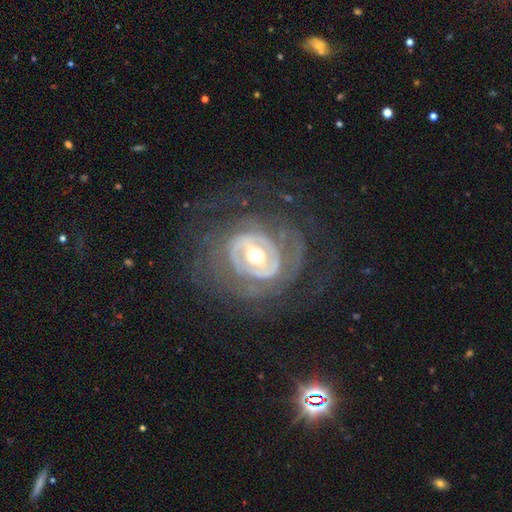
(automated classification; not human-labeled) A featured or disk galaxy (86%) with a weak bar (36%), 2 (36%) tight (57%) spiral arms (80%) and a moderate central bulge (71%). Merging: none (67%).